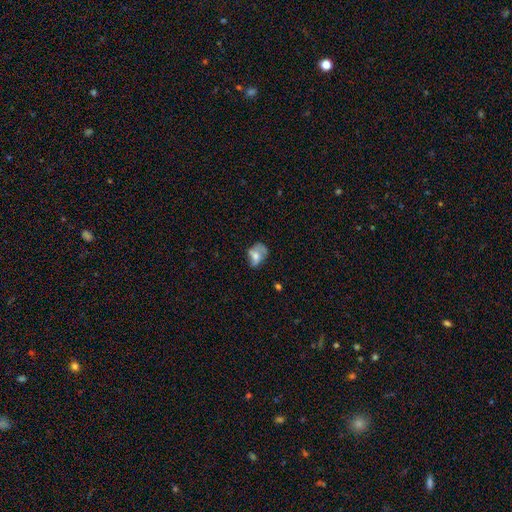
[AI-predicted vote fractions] A smooth galaxy with no disk features (51%) that is in between round and cigar-shaped (69%).

Vote fractions:
- Smooth or featured? smooth: 51% / featured or disk: 39% / star or artifact: 10%
- How rounded? in between: 69% / round: 30% / cigar-shaped: 2%
- Merging? none: 35% / minor disturbance: 30% / major disturbance: 27% / merger: 8%